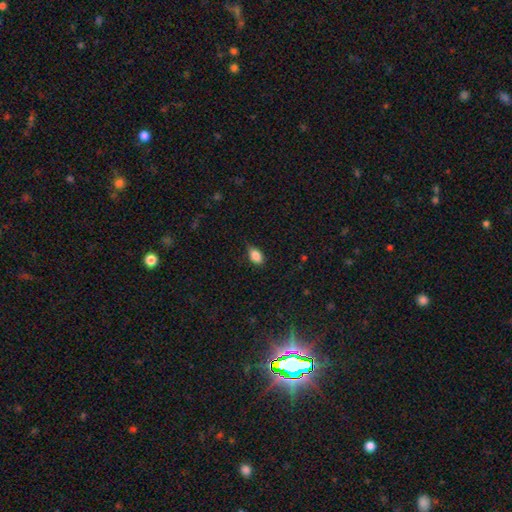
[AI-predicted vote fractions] Smooth or featured? Predicted: smooth (p=0.85). How rounded? Predicted: in between (p=0.88). Merging? Predicted: none (p=0.73).